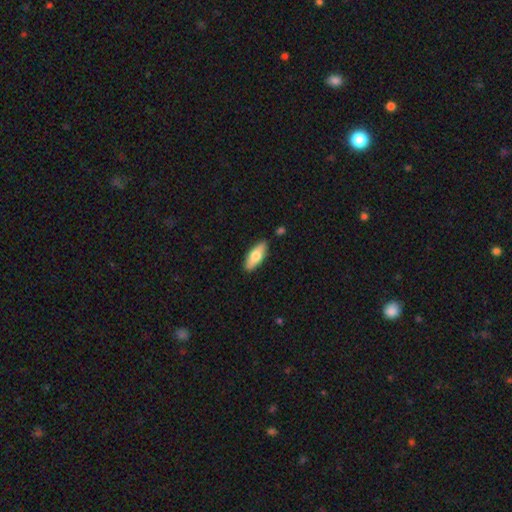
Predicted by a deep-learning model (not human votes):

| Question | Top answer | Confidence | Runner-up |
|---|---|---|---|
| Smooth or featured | smooth | 68% | featured or disk (26%) |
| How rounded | in between | 70% | cigar-shaped (27%) |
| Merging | none | 85% | minor disturbance (10%) |